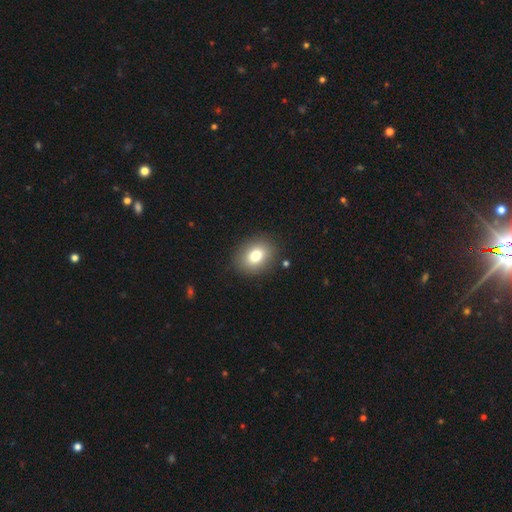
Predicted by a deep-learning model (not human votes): A smooth galaxy with no disk features (78%) that is in between round and cigar-shaped (57%).

Vote fractions:
- Smooth or featured? smooth: 78% / featured or disk: 11% / star or artifact: 11%
- How rounded? in between: 57% / round: 42% / cigar-shaped: 1%
- Merging? none: 87% / minor disturbance: 8% / major disturbance: 3% / merger: 2%